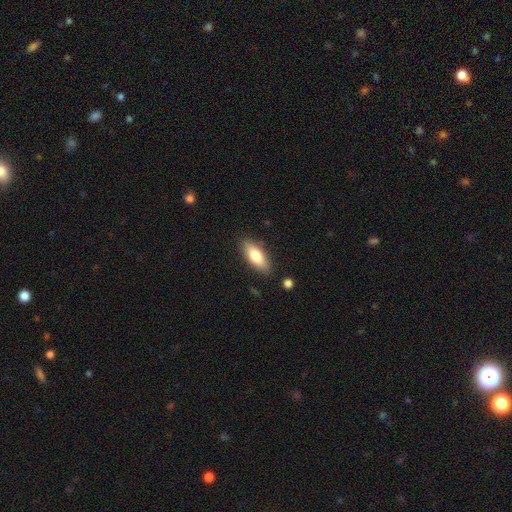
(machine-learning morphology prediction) Smooth or featured? smooth (76%)
How rounded? in between (73%)
Merging? none (85%)